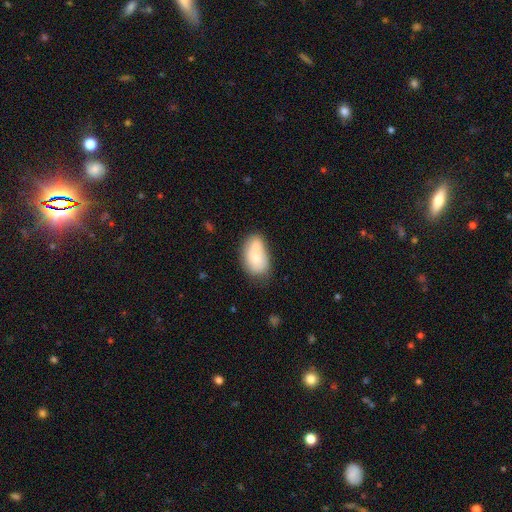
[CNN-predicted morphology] smooth-or-featured: smooth: 72% | featured or disk: 20% | star or artifact: 8%
  how-rounded: in between: 90% | round: 8% | cigar-shaped: 2%
  merging: none: 46% | minor disturbance: 26% | merger: 19% | major disturbance: 8%